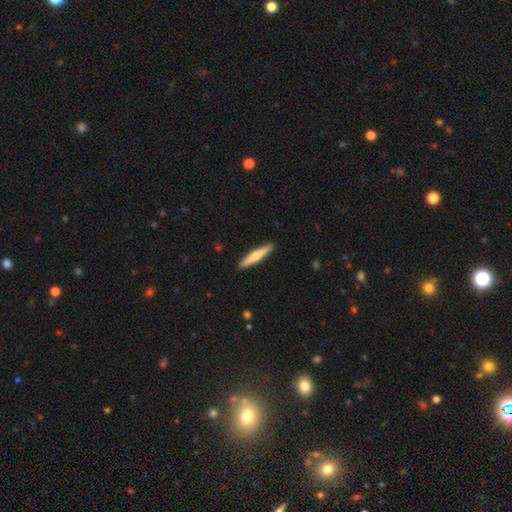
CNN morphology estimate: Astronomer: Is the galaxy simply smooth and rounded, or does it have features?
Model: smooth — 60% (runner-up: featured or disk, 36%).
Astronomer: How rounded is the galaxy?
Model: cigar-shaped — 92%.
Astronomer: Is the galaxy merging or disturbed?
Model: none — 91%.